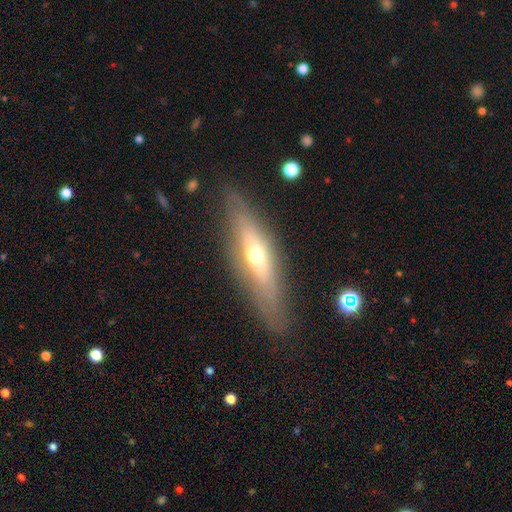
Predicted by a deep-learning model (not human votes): This appears to be a featured or disk galaxy (60%) viewed edge-on (74%). Merging: none (81%).